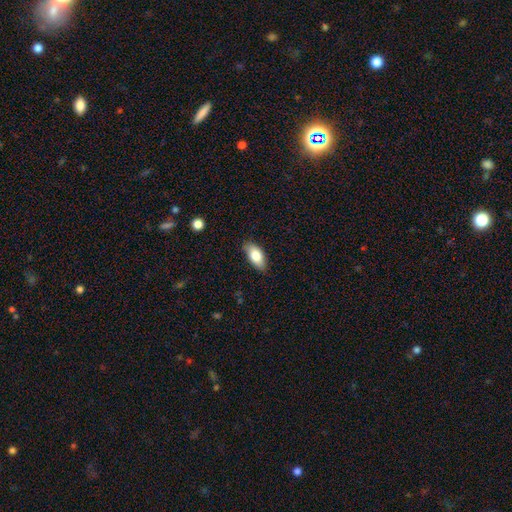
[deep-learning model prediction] Smooth or featured?
  - smooth: 80% *
  - featured or disk: 14%
  - star or artifact: 6%
How rounded?
  - in between: 91% *
  - cigar-shaped: 6%
  - round: 3%
Merging?
  - none: 82% *
  - minor disturbance: 14%
  - major disturbance: 2%
  - merger: 1%